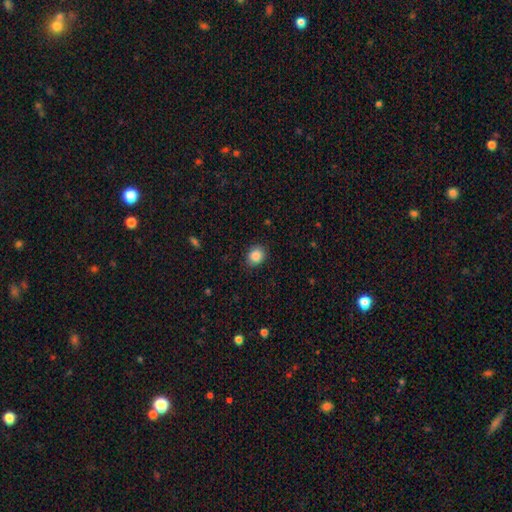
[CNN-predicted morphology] A smooth galaxy with no disk features (87%) that is round (59%). Merging: none (86%).